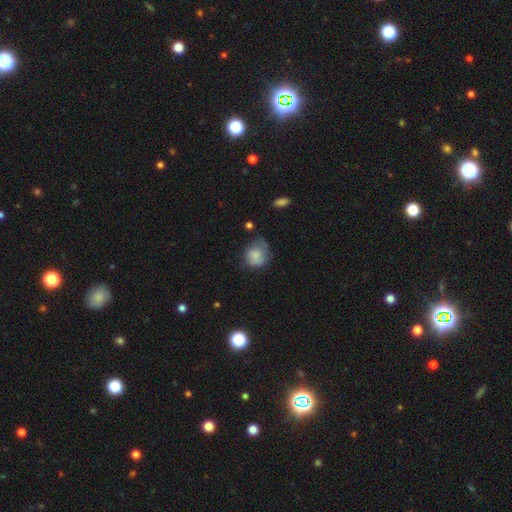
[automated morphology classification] A smooth galaxy with no disk features (74%) that is round (67%). Merging: none (39%).